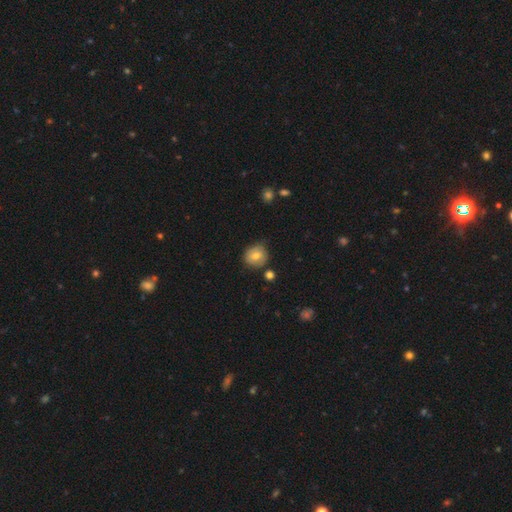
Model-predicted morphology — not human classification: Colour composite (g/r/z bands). It shows a smooth galaxy with no disk features (68%) that is round (78%). Merging: none (73%).